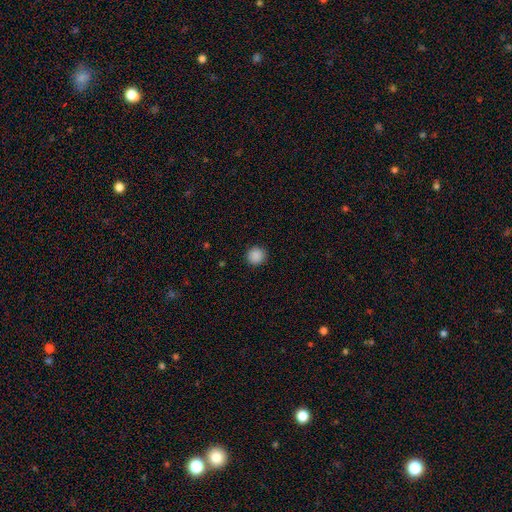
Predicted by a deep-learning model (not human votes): Q: Smooth or featured?
A: smooth (88%); runner-up: star or artifact (9%)
Q: How rounded?
A: round (95%); runner-up: in between (4%)
Q: Merging?
A: none (92%); runner-up: minor disturbance (5%)